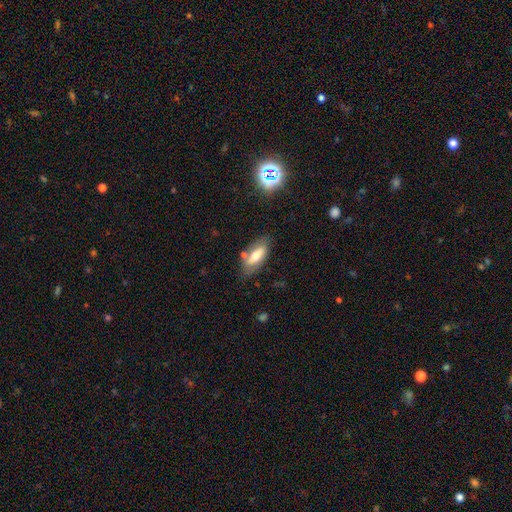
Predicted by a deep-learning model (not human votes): A smooth galaxy with no disk features (53%) that is in between round and cigar-shaped (79%). Merging: none (71%).